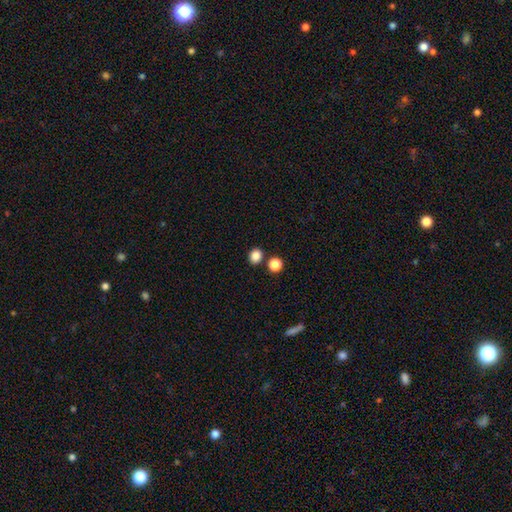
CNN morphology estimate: smooth 85%, star or artifact 11%, featured or disk 3%. Down the decision tree: how rounded — round (63%); merging — none (81%).